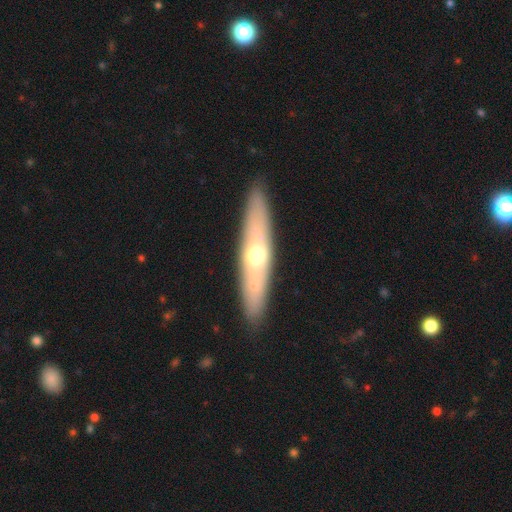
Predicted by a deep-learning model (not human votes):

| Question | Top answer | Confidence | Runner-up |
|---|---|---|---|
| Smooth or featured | featured or disk | 58% | smooth (36%) |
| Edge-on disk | yes | 71% | no (29%) |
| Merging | none | 88% | minor disturbance (8%) |